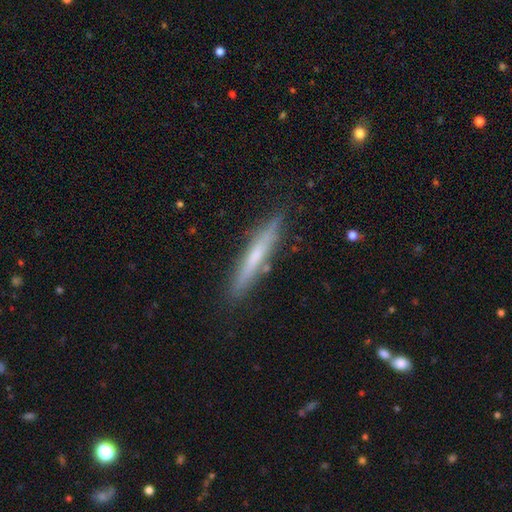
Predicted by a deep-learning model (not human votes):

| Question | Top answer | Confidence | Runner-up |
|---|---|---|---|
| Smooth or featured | featured or disk | 48% | smooth (45%) |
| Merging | none | 84% | minor disturbance (11%) |